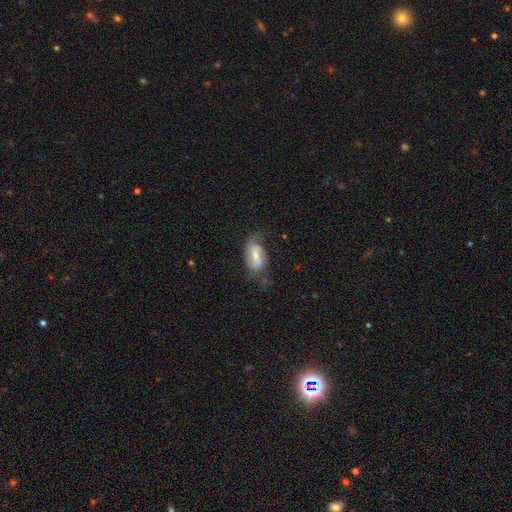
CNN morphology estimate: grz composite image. It shows a featured or disk galaxy (60%) with a weak bar (47%), spiral arms (82%) and a moderate central bulge (48%). Merging: none (51%).